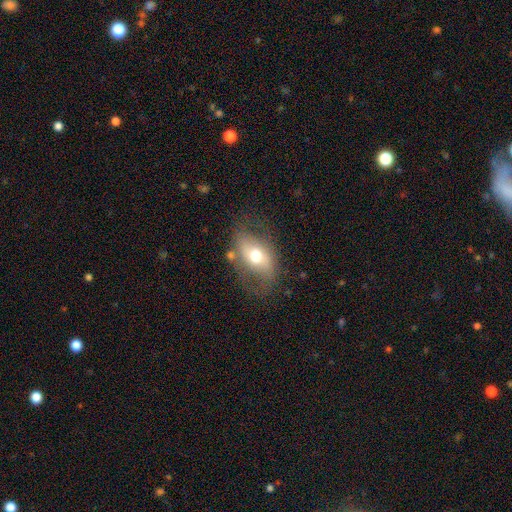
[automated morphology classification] This appears to be a smooth galaxy with no disk features (48%). Merging: none (61%).